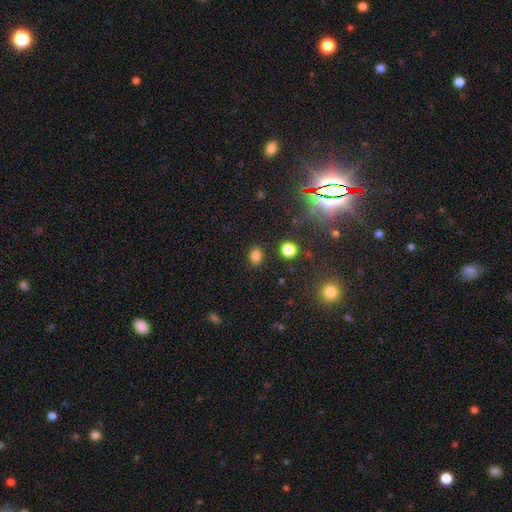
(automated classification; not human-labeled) A smooth galaxy with no disk features (81%) that is in between round and cigar-shaped (61%). Merging: none (86%).